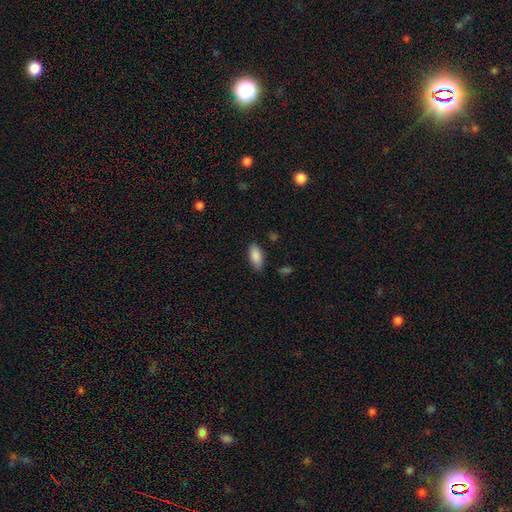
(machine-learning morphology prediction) smooth 88%, star or artifact 7%, featured or disk 6%. Down the decision tree: how rounded — in between (89%); merging — none (79%).